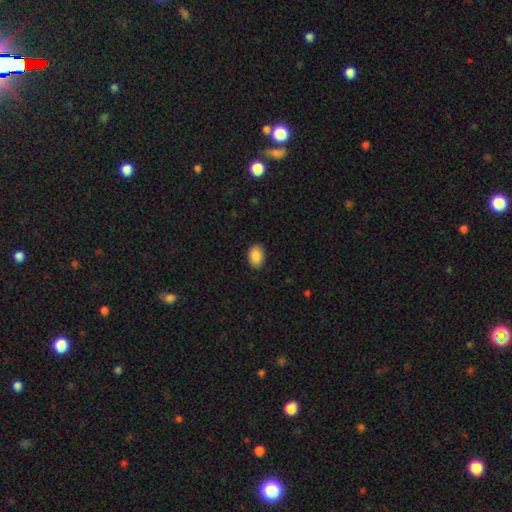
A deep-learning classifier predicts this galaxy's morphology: The model was most divided on "how rounded": in between: 83%, round: 16%, cigar-shaped: 1%. More confident: merging — none (89%); smooth or featured — smooth (88%).